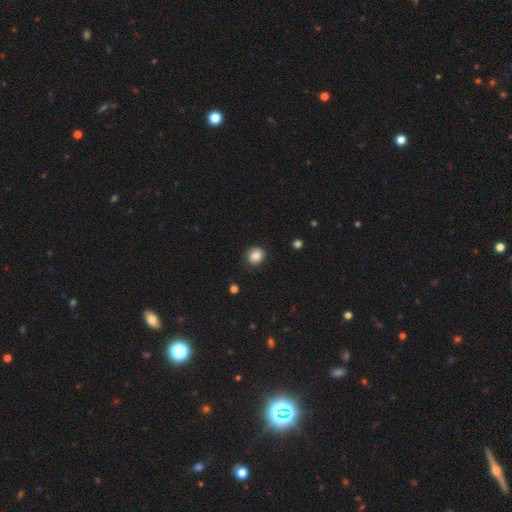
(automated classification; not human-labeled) Smooth or featured: smooth — 82% (star or artifact — 9%)
How rounded: round — 71% (in between — 28%)
Merging: none — 78% (minor disturbance — 17%)